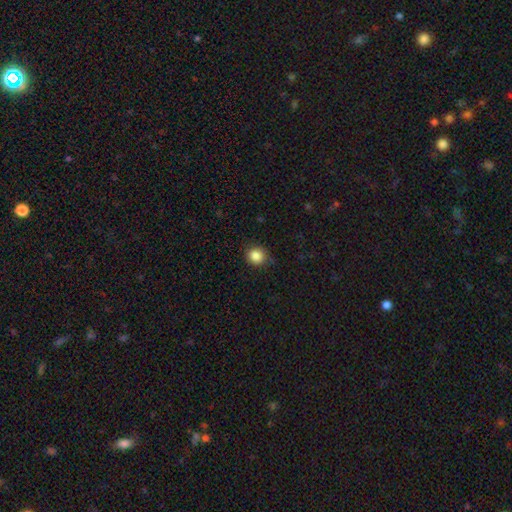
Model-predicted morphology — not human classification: Smooth or featured? Predicted: smooth (p=0.86). How rounded? Predicted: round (p=0.87). Merging? Predicted: none (p=0.82).